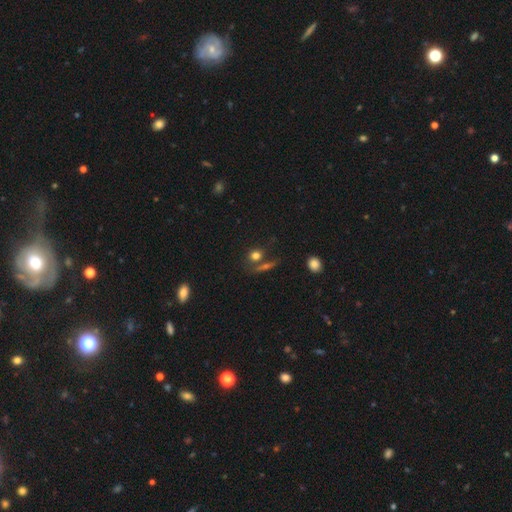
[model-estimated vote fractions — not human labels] This appears to be a smooth galaxy with no disk features (75%) that is round (66%). Merging: none (58%).